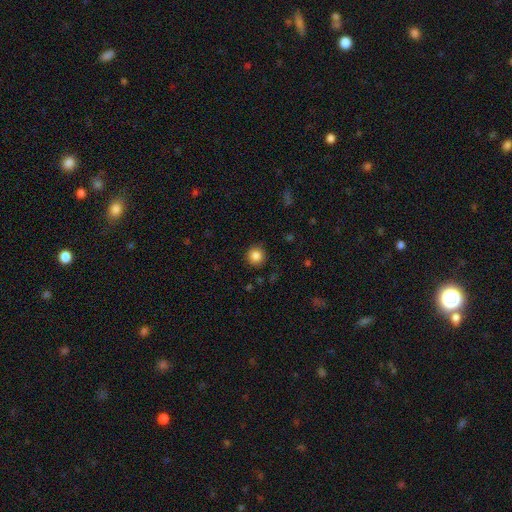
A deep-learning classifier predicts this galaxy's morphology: This is clearly a smooth galaxy (85%). How rounded: clearly round (94%). Merging: clearly none (91%).